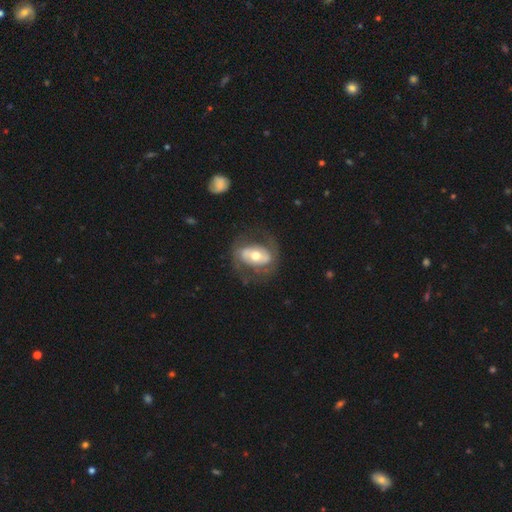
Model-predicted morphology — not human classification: This is likely a featured or disk galaxy (64%). It is clearly not viewed edge-on (94%). Bar: marginally no (42%). Spiral arm pattern: possibly yes (55%). Central bulge: likely moderate (69%). Merging: likely none (66%).